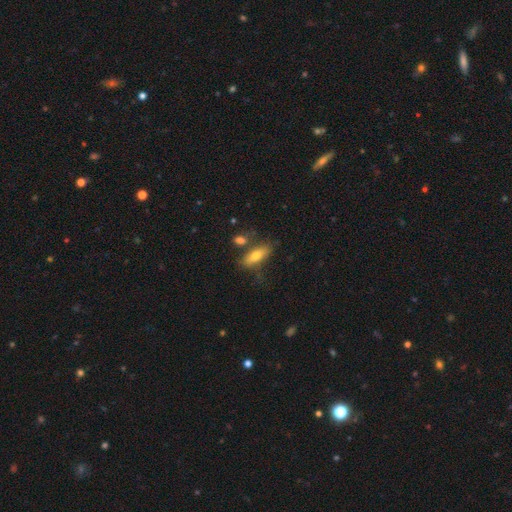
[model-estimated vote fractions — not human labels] Smooth or featured? smooth (68%)
How rounded? in between (62%)
Merging? none (64%)